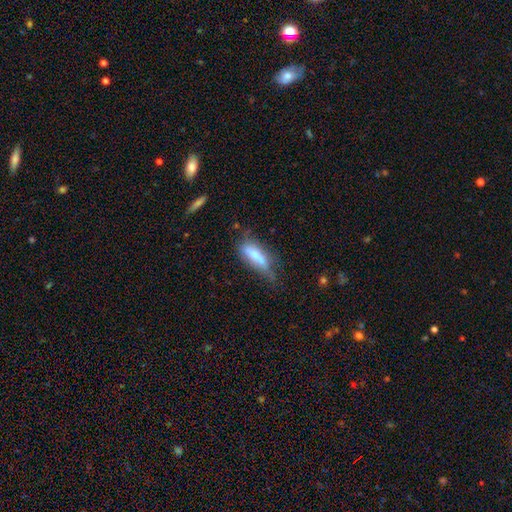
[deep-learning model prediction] smooth_or_featured: smooth (p=0.67) [alt: featured or disk p=0.24]
how_rounded: cigar-shaped (p=0.52) [alt: in between p=0.46]
merging: none (p=0.37) [alt: minor disturbance p=0.36]